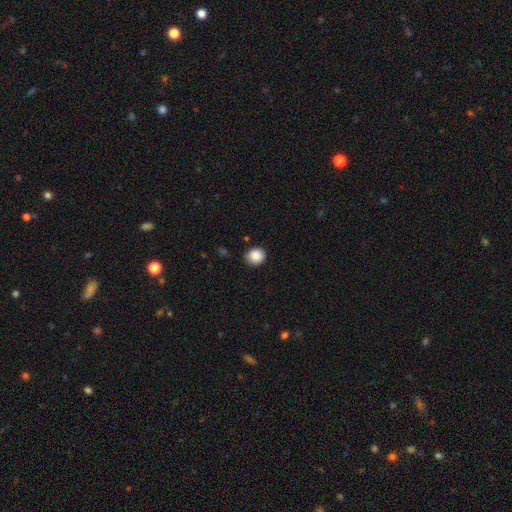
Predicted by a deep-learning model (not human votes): A smooth galaxy with no disk features (88%) that is round (83%). Merging: none (78%).